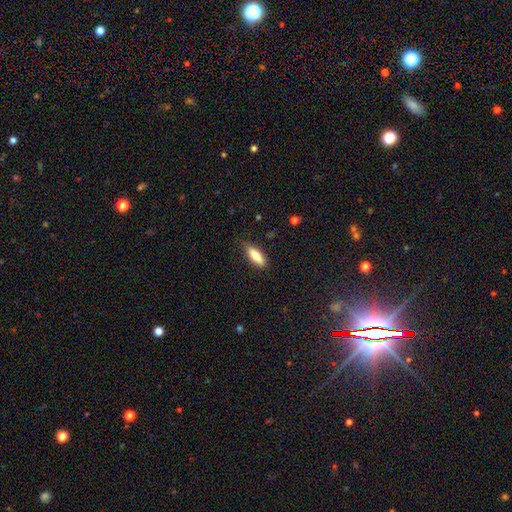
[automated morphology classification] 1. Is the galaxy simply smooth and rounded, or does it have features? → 82% smooth, 12% featured or disk, 6% star or artifact.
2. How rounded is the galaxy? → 60% in between, 39% cigar-shaped, 2% round.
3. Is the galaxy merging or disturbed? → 79% none, 16% minor disturbance, 3% major disturbance, 1% merger.